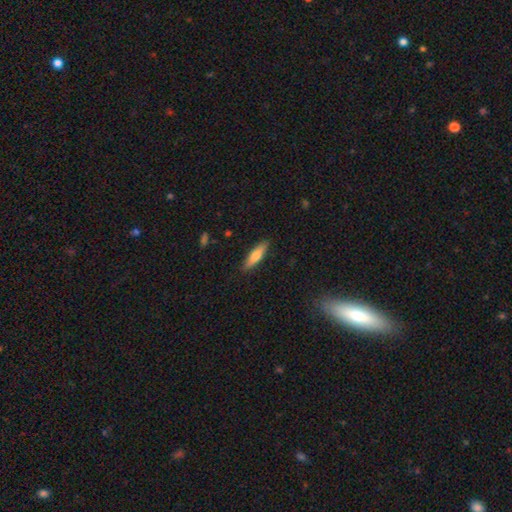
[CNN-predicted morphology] Smooth or featured: smooth — 69% (featured or disk — 25%)
How rounded: cigar-shaped — 67% (in between — 31%)
Merging: none — 88% (minor disturbance — 9%)